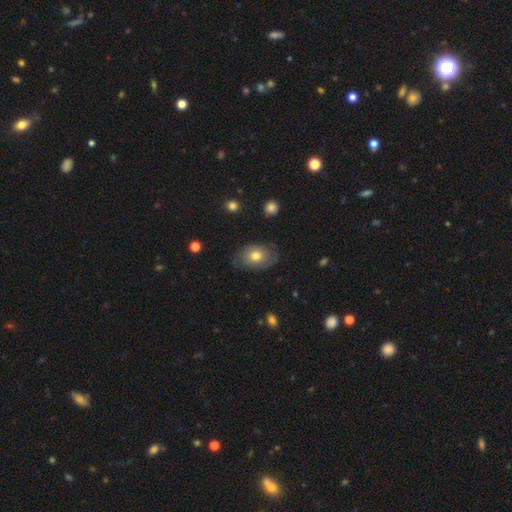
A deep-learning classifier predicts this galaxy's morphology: type=smooth (57%); roundness=in between (80%); merging=none (72%).